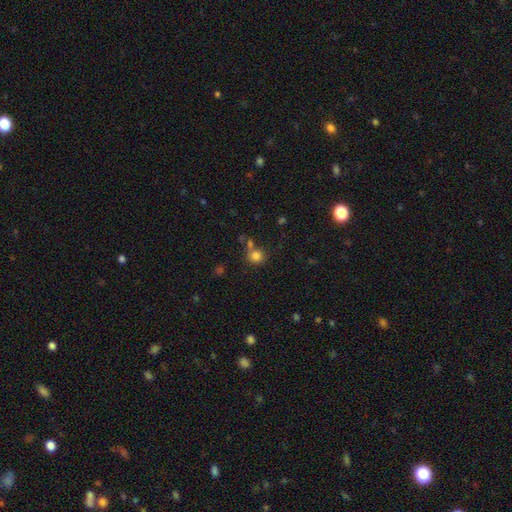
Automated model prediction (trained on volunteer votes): The model was most divided on "merging": none: 67%, merger: 19%, minor disturbance: 10%, major disturbance: 4%. More confident: how rounded — round (88%); smooth or featured — smooth (81%).